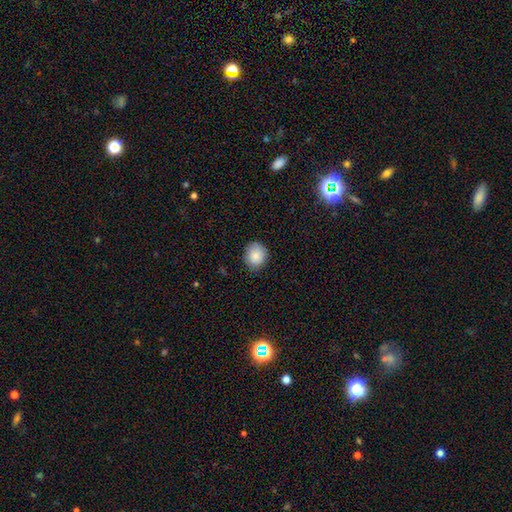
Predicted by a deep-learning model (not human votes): This appears to be a smooth galaxy with no disk features (85%) that is round (71%). Merging: none (81%).